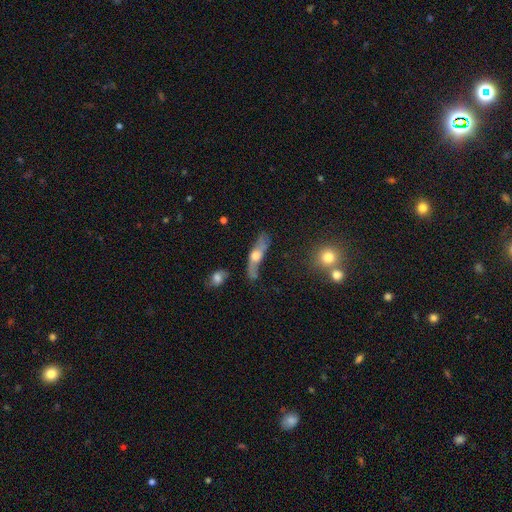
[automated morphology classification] This appears to be a featured or disk galaxy (53%) viewed edge-on (54%). Merging: none (47%).